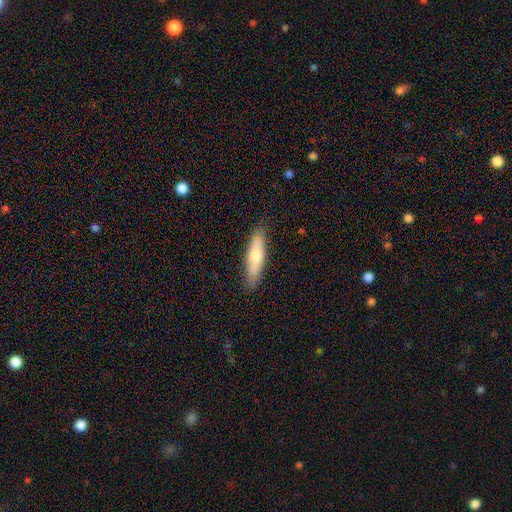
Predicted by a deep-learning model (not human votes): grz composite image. It shows a smooth galaxy with no disk features (57%) that is cigar-shaped (76%). Merging: none (85%).